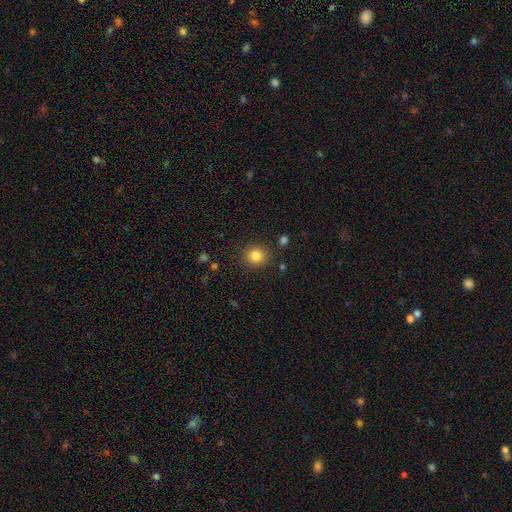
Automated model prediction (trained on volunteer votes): This is clearly a smooth galaxy (83%). How rounded: clearly round (87%). Merging: clearly none (87%).